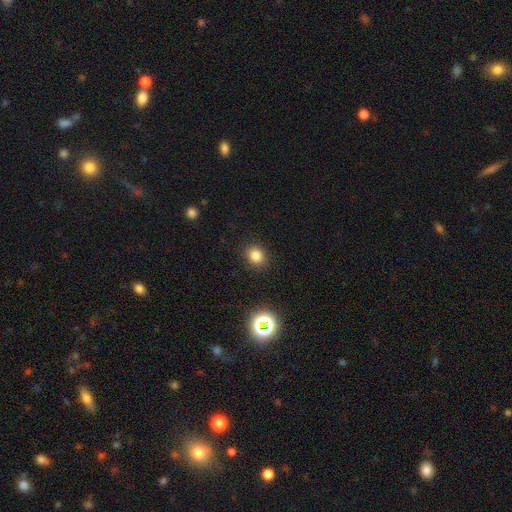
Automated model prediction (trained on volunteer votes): This appears to be a smooth galaxy with no disk features (80%) that is round (66%). Merging: none (90%).